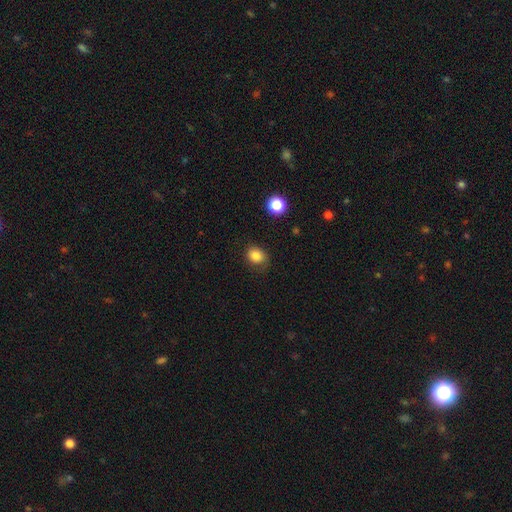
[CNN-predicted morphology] Smooth or featured? smooth (84%)
How rounded? round (58%)
Merging? none (73%)